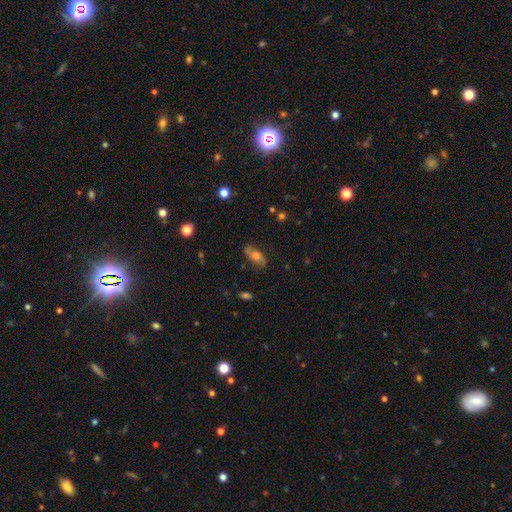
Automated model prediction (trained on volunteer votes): Smooth or featured: featured or disk — 48% (smooth — 41%)
Merging: none — 77% (minor disturbance — 17%)